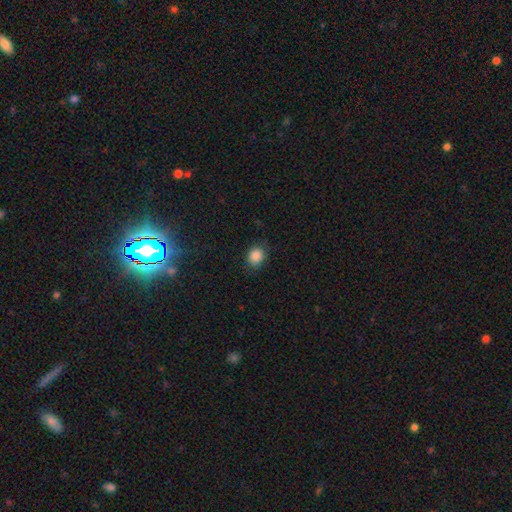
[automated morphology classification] This is clearly a smooth galaxy (86%). How rounded: possibly round (55%). Merging: likely none (77%).